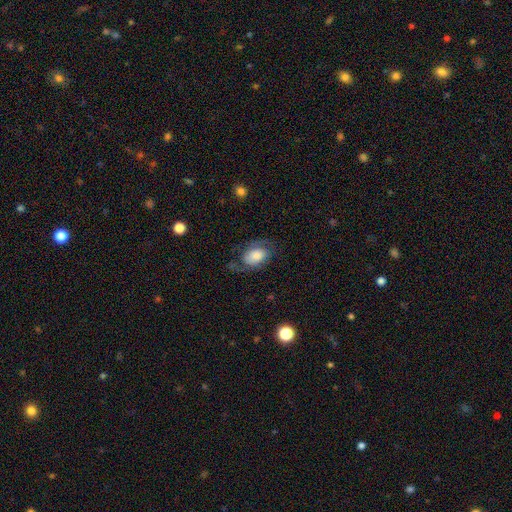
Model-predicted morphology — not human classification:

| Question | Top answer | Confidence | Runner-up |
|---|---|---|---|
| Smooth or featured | smooth | 57% | featured or disk (35%) |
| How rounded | in between | 84% | round (14%) |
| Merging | none | 54% | minor disturbance (24%) |